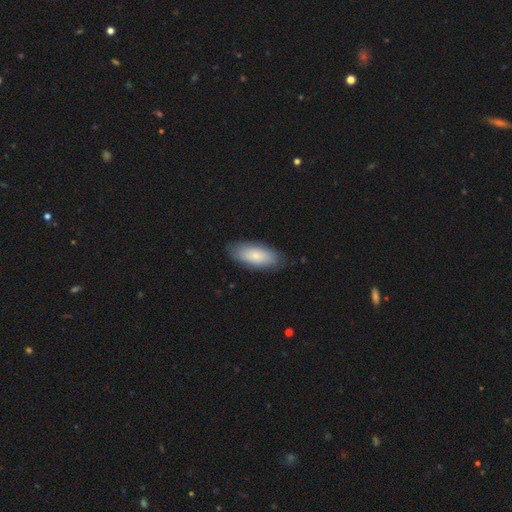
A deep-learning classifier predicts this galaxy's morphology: A smooth galaxy with no disk features (76%) that is in between round and cigar-shaped (85%). Merging: none (81%).